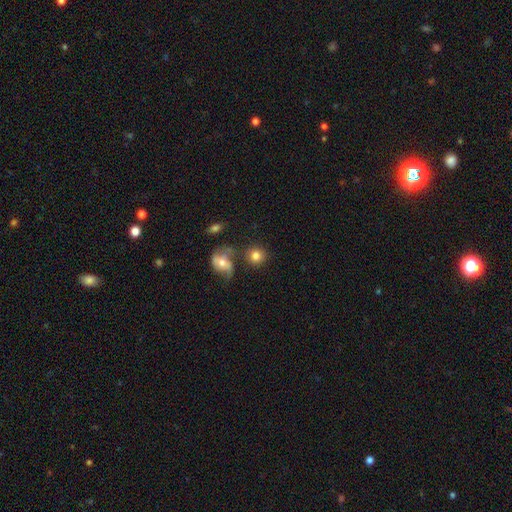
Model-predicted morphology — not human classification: A smooth galaxy with no disk features (79%) that is round (86%). Merging: none (65%).